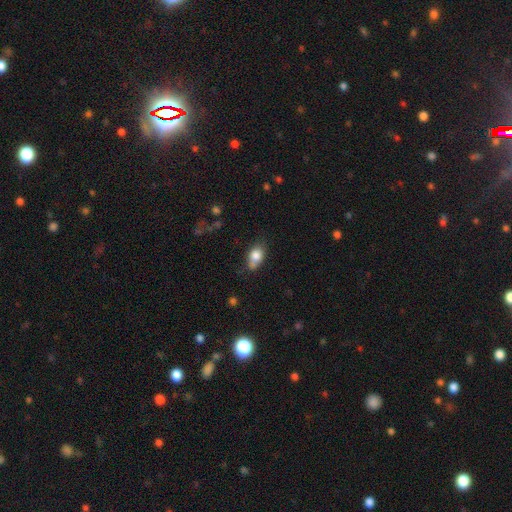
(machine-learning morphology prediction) smooth-or-featured: smooth: 78% | featured or disk: 14% | star or artifact: 8%
  how-rounded: in between: 83% | round: 13% | cigar-shaped: 4%
  merging: none: 57% | minor disturbance: 30% | major disturbance: 8% | merger: 6%